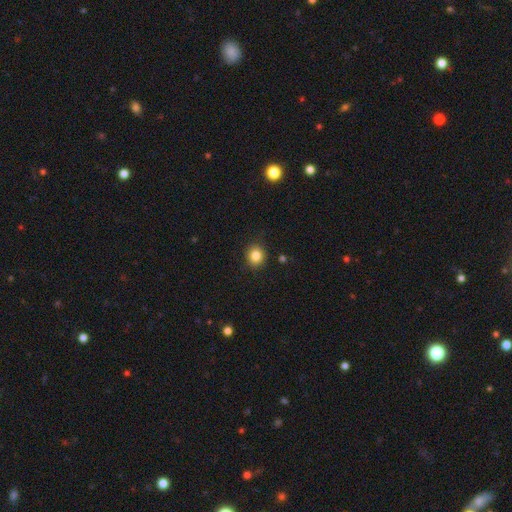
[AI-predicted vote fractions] smooth 84%, star or artifact 11%, featured or disk 6%. Down the decision tree: how rounded — round (81%); merging — none (88%).